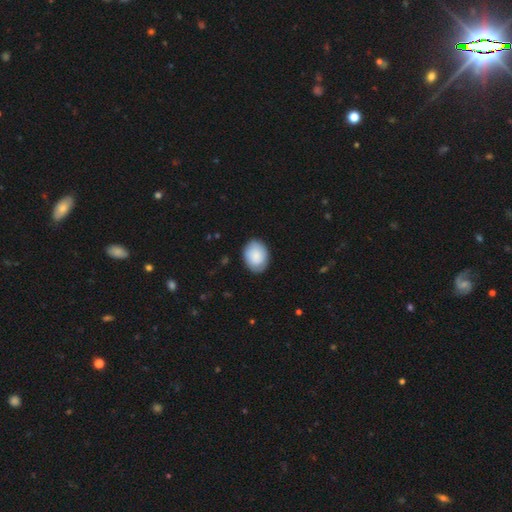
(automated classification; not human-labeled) smooth 83%, featured or disk 11%, star or artifact 6%. Down the decision tree: how rounded — in between (67%); merging — none (83%).